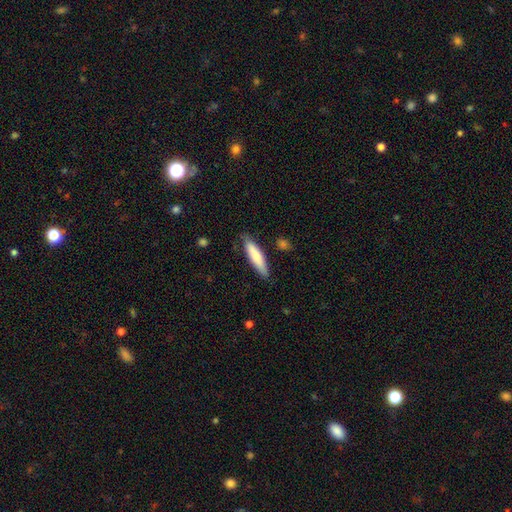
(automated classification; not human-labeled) Smooth or featured: smooth — 75% (featured or disk — 19%)
How rounded: cigar-shaped — 77% (in between — 22%)
Merging: none — 83% (minor disturbance — 13%)